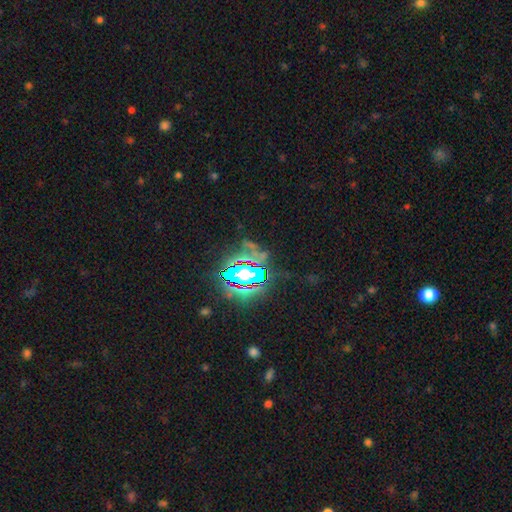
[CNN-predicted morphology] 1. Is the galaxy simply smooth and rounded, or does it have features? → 84% star or artifact, 9% smooth, 7% featured or disk.